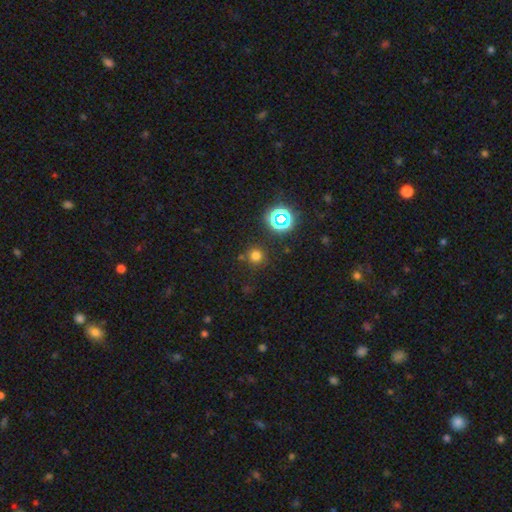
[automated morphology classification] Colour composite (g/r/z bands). It shows a smooth galaxy with no disk features (70%) that is round (94%). Merging: none (84%).